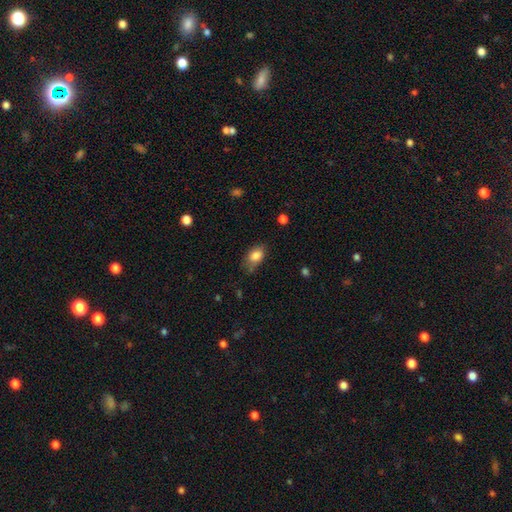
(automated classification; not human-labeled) Smooth or featured? Predicted: smooth (p=0.85). How rounded? Predicted: in between (p=0.83). Merging? Predicted: none (p=0.64).